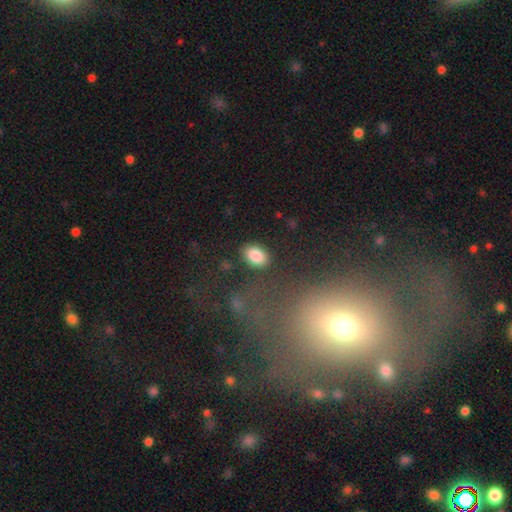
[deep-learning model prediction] Overall: smooth (86%). How rounded: in between (84%). Merging: none (84%).